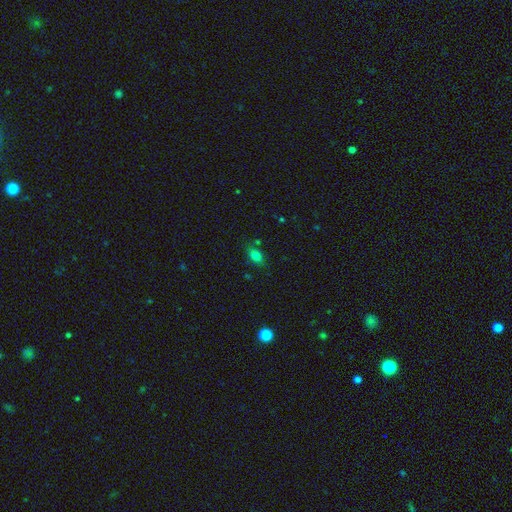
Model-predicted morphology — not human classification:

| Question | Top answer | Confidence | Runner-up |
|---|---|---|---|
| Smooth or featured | smooth | 78% | star or artifact (13%) |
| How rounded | in between | 82% | round (14%) |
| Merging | none | 77% | minor disturbance (15%) |